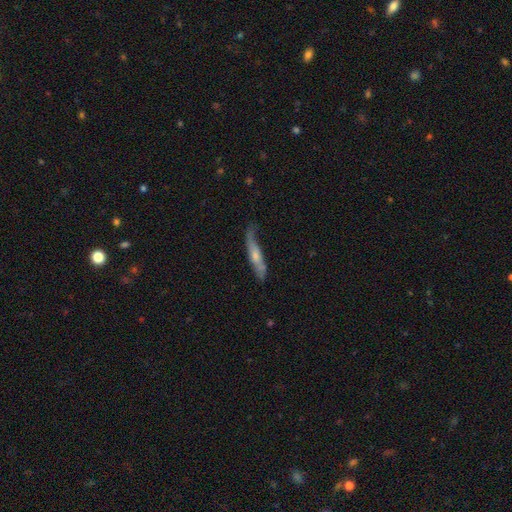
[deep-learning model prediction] Smooth or featured: featured or disk — 48% (smooth — 47%)
Merging: none — 55% (minor disturbance — 30%)